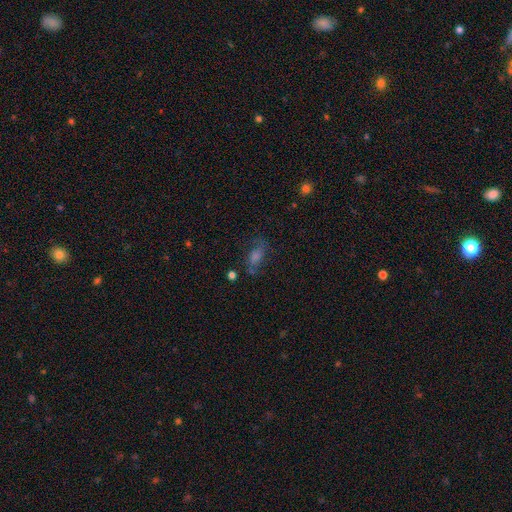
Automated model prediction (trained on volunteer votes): smooth_or_featured: smooth (p=0.45) [alt: featured or disk p=0.31]
merging: none (p=0.59) [alt: minor disturbance p=0.20]